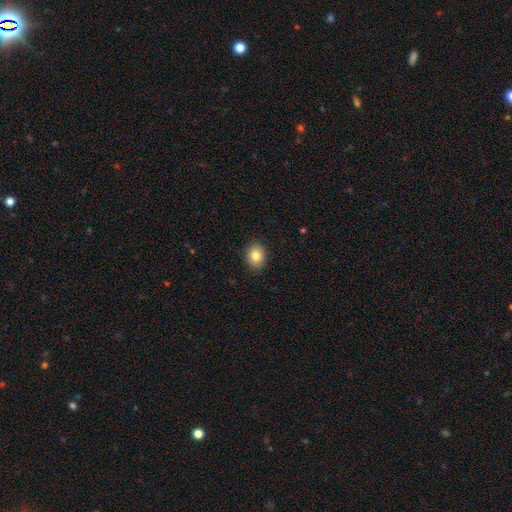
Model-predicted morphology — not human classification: Smooth or featured? smooth (82%)
How rounded? round (52%)
Merging? none (90%)